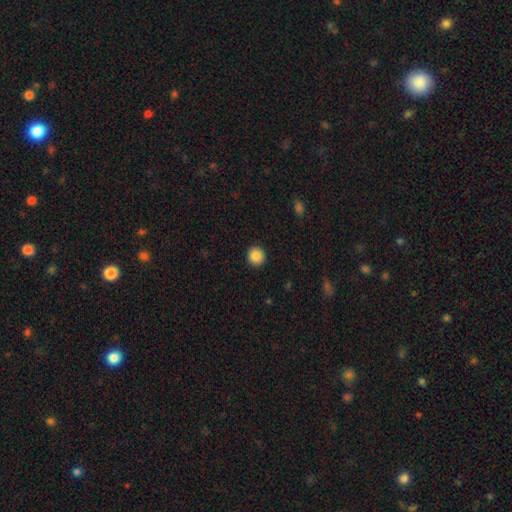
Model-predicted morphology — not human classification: Smooth or featured: smooth — 86% (star or artifact — 9%)
How rounded: round — 91% (in between — 9%)
Merging: none — 93% (minor disturbance — 5%)